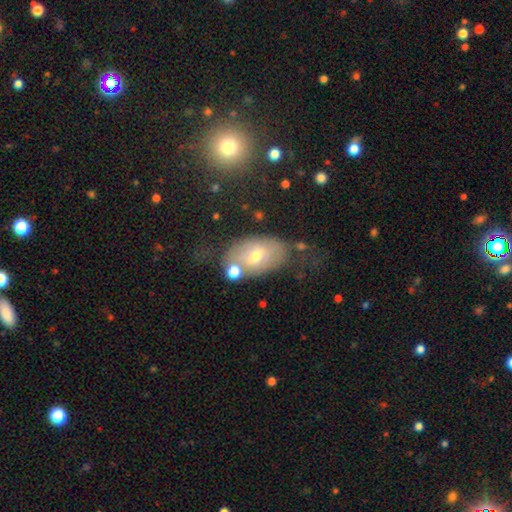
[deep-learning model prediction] Smooth or featured: smooth — 52% (featured or disk — 38%)
How rounded: in between — 88% (round — 10%)
Merging: none — 54% (minor disturbance — 22%)